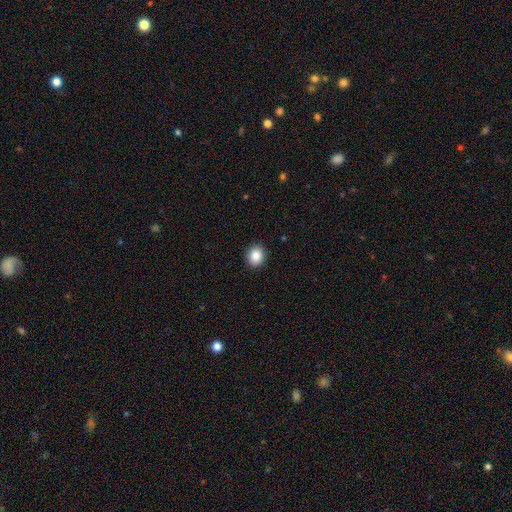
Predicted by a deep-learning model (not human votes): smooth 87%, star or artifact 9%, featured or disk 4%. Down the decision tree: how rounded — round (73%); merging — none (92%).